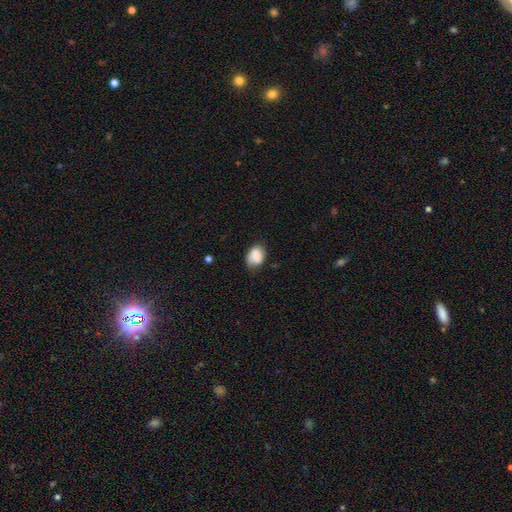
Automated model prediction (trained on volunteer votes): Smooth or featured? smooth (79%)
How rounded? in between (73%)
Merging? none (57%)